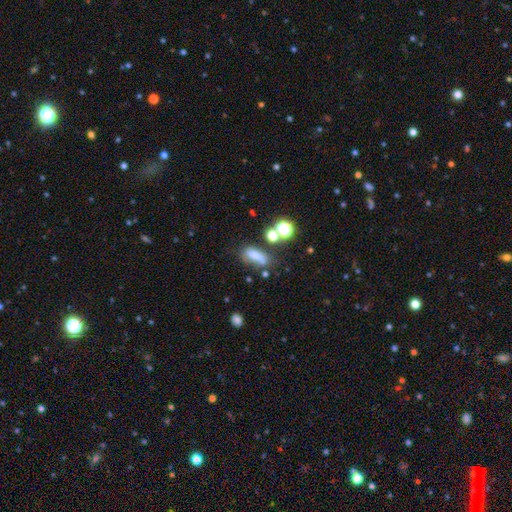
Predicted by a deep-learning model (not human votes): A smooth galaxy with no disk features (66%) that is in between round and cigar-shaped (65%). Merging: none (48%).